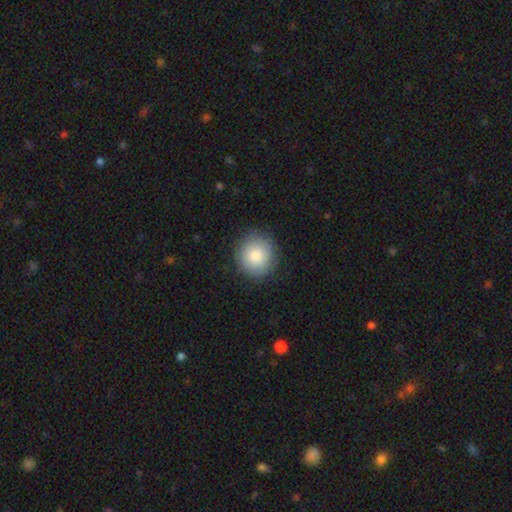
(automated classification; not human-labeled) A smooth galaxy with no disk features (83%) that is round (91%).

Vote fractions:
- Smooth or featured? smooth: 83% / featured or disk: 10% / star or artifact: 7%
- How rounded? round: 91% / in between: 8% / cigar-shaped: 1%
- Merging? none: 86% / minor disturbance: 10% / major disturbance: 3% / merger: 1%